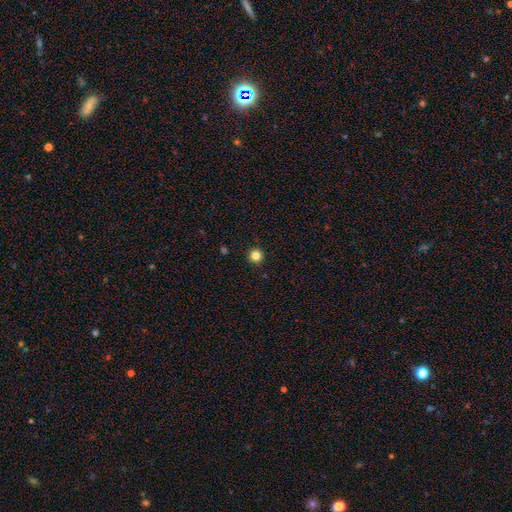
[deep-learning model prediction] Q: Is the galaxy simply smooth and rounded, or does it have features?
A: smooth — 84%.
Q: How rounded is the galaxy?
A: round — 96%.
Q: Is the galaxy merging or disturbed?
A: none — 94%.